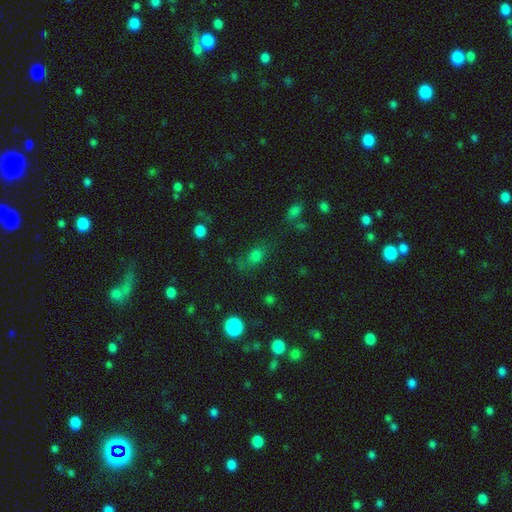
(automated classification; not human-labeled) smooth 70%, star or artifact 21%, featured or disk 9%. Down the decision tree: how rounded — in between (56%); merging — none (65%).